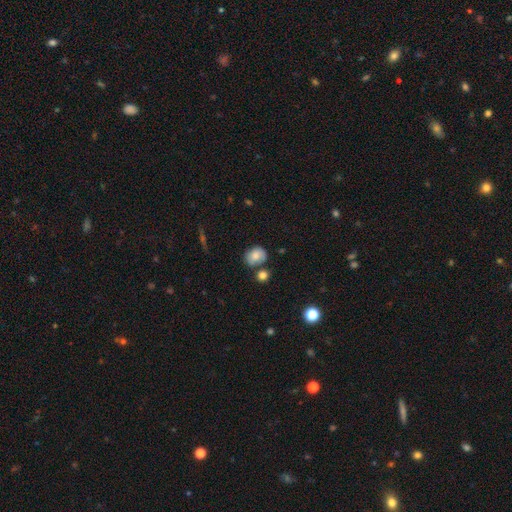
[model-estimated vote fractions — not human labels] A smooth galaxy with no disk features (78%) that is round (54%).

Vote fractions:
- Smooth or featured? smooth: 78% / featured or disk: 13% / star or artifact: 9%
- How rounded? round: 54% / in between: 45% / cigar-shaped: 1%
- Merging? none: 58% / minor disturbance: 20% / merger: 17% / major disturbance: 5%